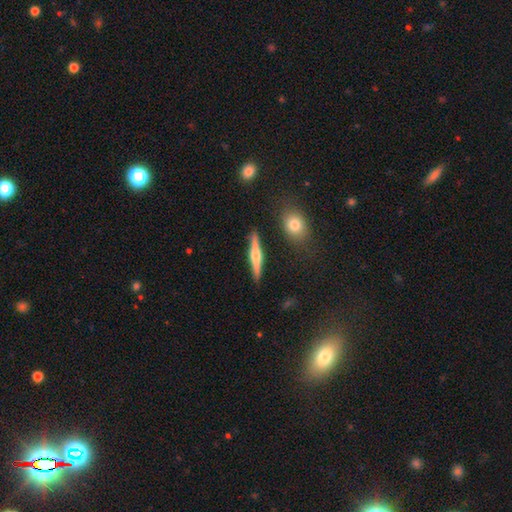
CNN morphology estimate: Q: Smooth or featured?
A: featured or disk (61%); runner-up: smooth (33%)
Q: Edge-on disk?
A: yes (97%); runner-up: no (3%)
Q: Edge-on bulge?
A: rounded (85%); runner-up: boxy (9%)
Q: Merging?
A: none (88%); runner-up: minor disturbance (8%)